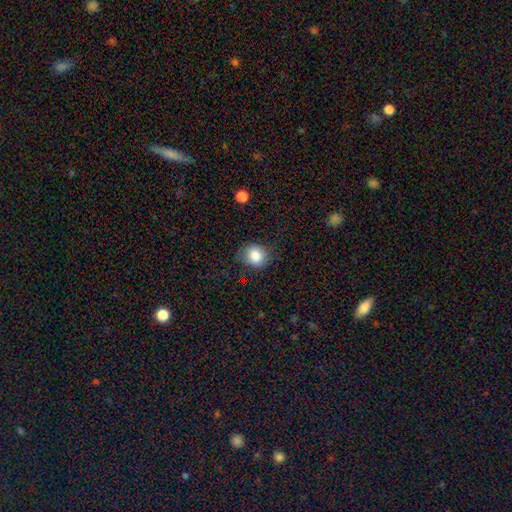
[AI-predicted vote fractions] The model was most divided on "how rounded": round: 73%, in between: 26%, cigar-shaped: 1%. More confident: smooth or featured — smooth (84%); merging — none (73%).